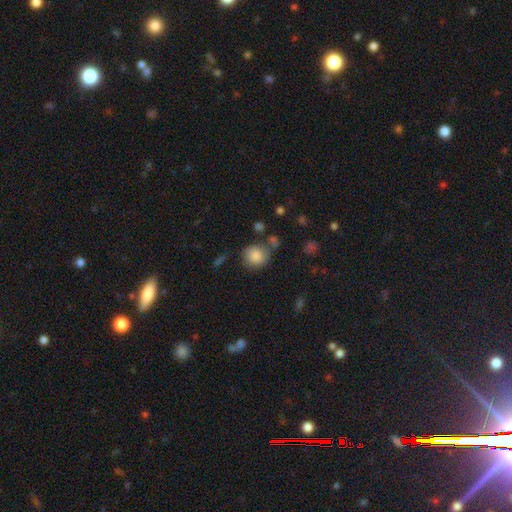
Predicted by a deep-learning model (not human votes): Smooth or featured: smooth — 85% (star or artifact — 9%)
How rounded: round — 83% (in between — 16%)
Merging: none — 69% (minor disturbance — 16%)